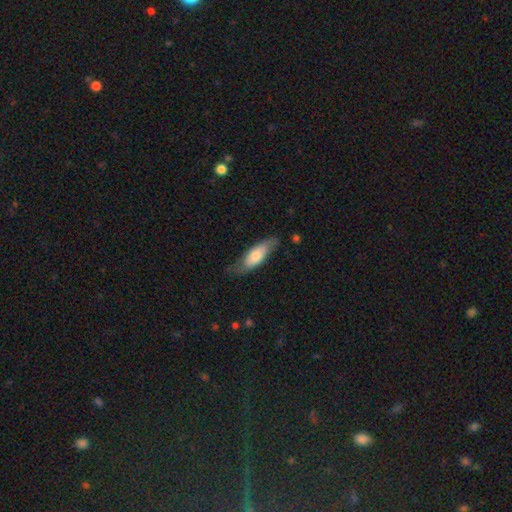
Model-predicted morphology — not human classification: The model was most divided on "how rounded": in between: 60%, cigar-shaped: 38%, round: 2%. More confident: merging — none (65%); smooth or featured — smooth (64%).